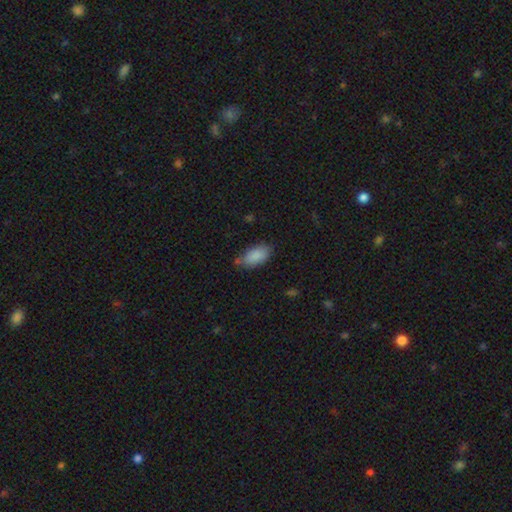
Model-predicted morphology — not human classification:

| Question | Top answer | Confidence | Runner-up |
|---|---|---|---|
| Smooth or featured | smooth | 88% | star or artifact (7%) |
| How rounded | in between | 93% | cigar-shaped (4%) |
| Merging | none | 69% | minor disturbance (22%) |